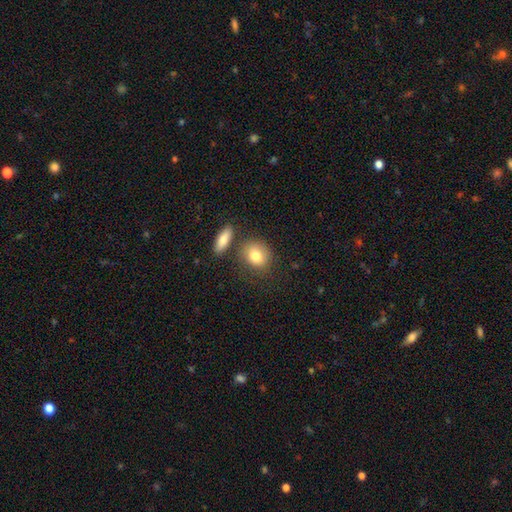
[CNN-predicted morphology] The model was most divided on "how rounded": round: 54%, in between: 44%, cigar-shaped: 2%. More confident: smooth or featured — smooth (81%); merging — none (68%).